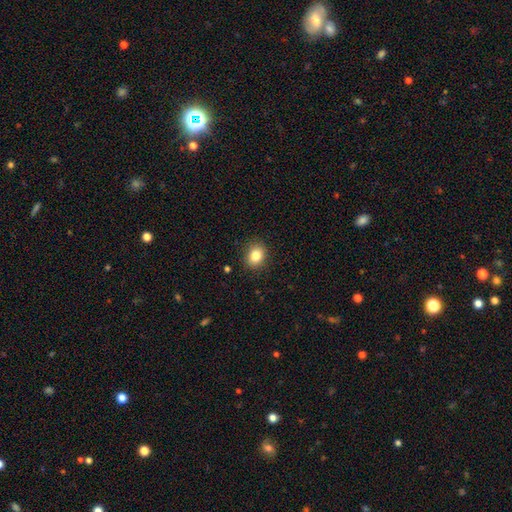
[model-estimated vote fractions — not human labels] Smooth or featured?
  - smooth: 83% *
  - star or artifact: 10%
  - featured or disk: 7%
How rounded?
  - round: 51% *
  - in between: 48%
  - cigar-shaped: 1%
Merging?
  - none: 89% *
  - minor disturbance: 8%
  - major disturbance: 2%
  - merger: 1%